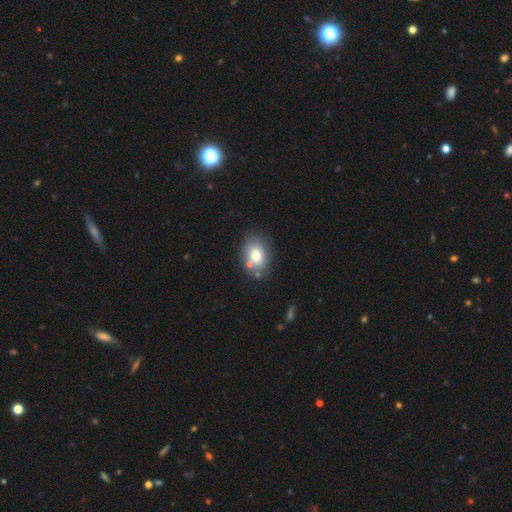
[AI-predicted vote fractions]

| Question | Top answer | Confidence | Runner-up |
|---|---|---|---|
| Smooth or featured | smooth | 75% | featured or disk (16%) |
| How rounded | in between | 73% | round (26%) |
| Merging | none | 69% | minor disturbance (16%) |